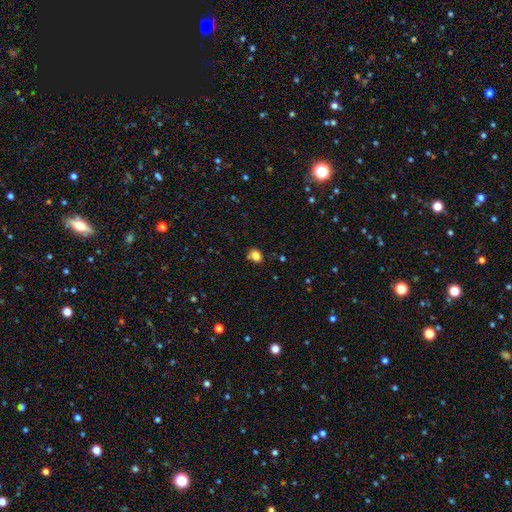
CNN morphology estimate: Q: Smooth or featured?
A: smooth (83%); runner-up: star or artifact (12%)
Q: How rounded?
A: round (53%); runner-up: in between (46%)
Q: Merging?
A: none (76%); runner-up: minor disturbance (16%)